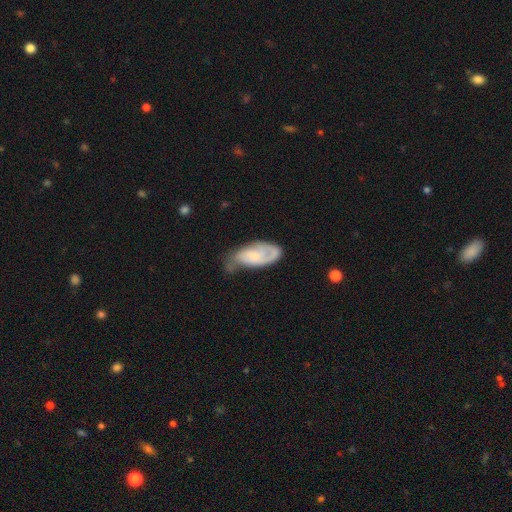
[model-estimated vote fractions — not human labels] This appears to be a featured or disk galaxy (55%) with no bar (70%), spiral arms (81%) and a small central bulge (51%). Merging: minor disturbance (37%, tied with none).